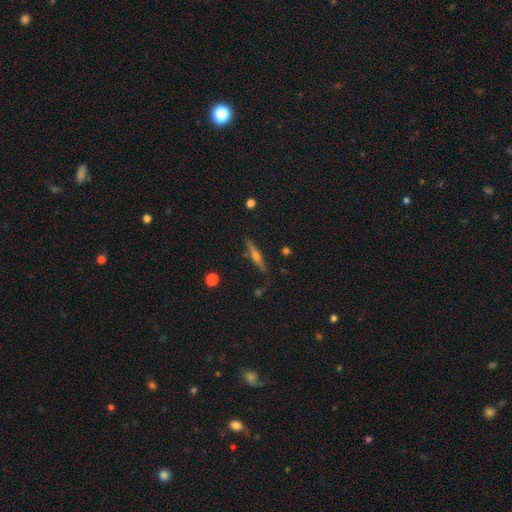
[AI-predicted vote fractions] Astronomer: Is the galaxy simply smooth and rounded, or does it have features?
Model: featured or disk — 69%.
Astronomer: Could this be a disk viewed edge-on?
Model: yes — 97%.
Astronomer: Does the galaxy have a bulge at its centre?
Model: rounded — 90%.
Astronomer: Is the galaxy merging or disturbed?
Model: none — 85%.